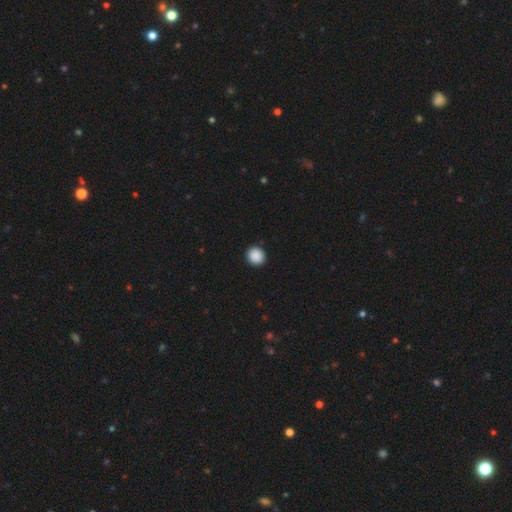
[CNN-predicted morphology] This is clearly a smooth galaxy (90%). How rounded: clearly round (90%). Merging: clearly none (93%).